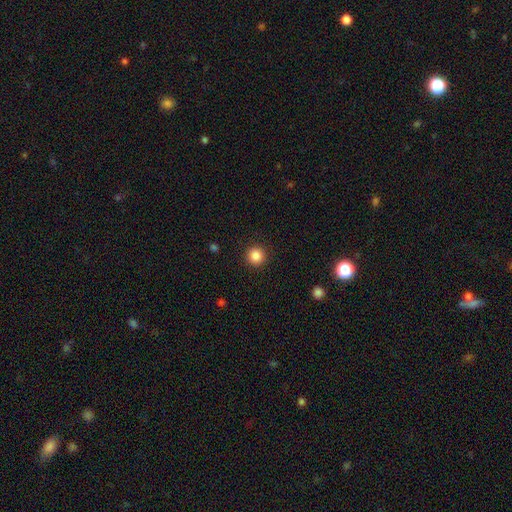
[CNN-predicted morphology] Smooth or featured? Predicted: smooth (p=0.86). How rounded? Predicted: round (p=0.95). Merging? Predicted: none (p=0.92).